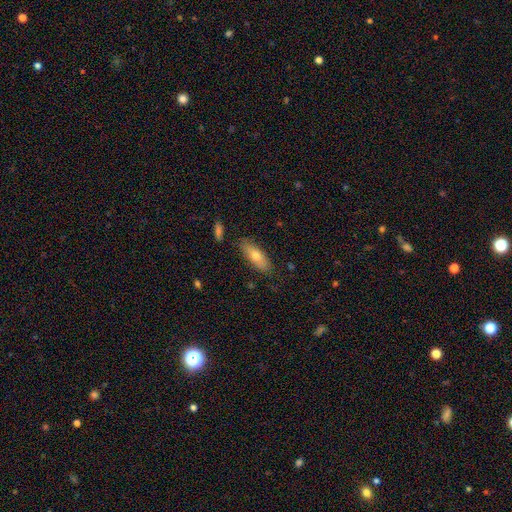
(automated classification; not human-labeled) A smooth galaxy with no disk features (66%) that is in between round and cigar-shaped (65%). Merging: none (82%).